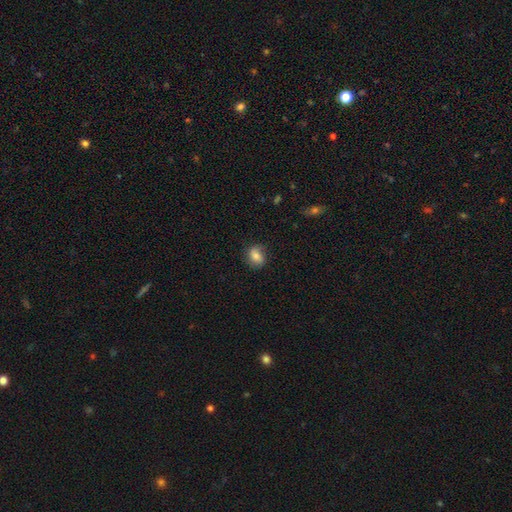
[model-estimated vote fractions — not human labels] smooth-or-featured: smooth: 77% | featured or disk: 14% | star or artifact: 9%
  how-rounded: in between: 54% | round: 44% | cigar-shaped: 1%
  merging: none: 74% | minor disturbance: 19% | major disturbance: 5% | merger: 1%